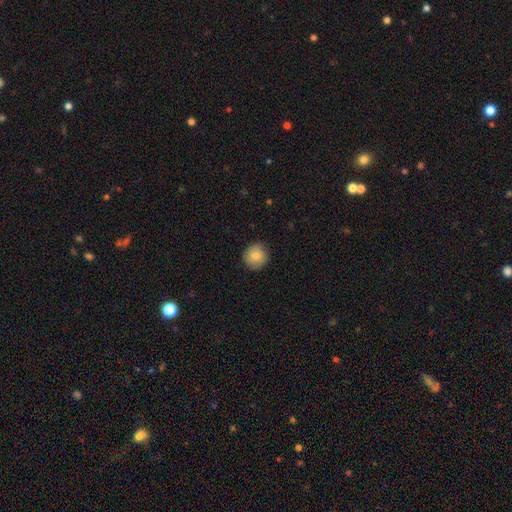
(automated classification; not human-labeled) Smooth or featured: smooth — 81% (featured or disk — 11%)
How rounded: round — 88% (in between — 11%)
Merging: none — 86% (minor disturbance — 11%)